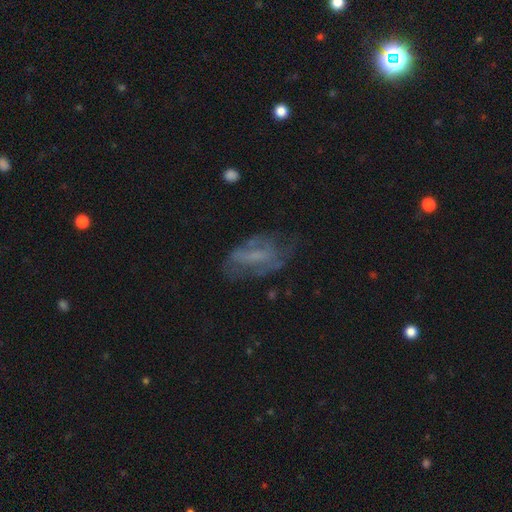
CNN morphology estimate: This appears to be a featured or disk galaxy (53%). Merging: none (50%).